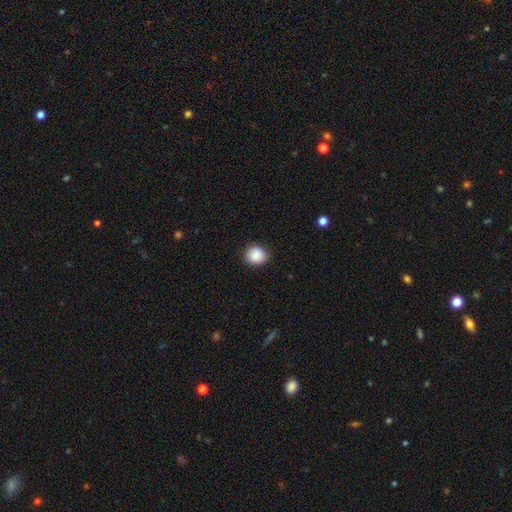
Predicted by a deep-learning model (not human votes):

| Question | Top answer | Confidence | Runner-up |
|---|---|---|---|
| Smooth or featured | smooth | 87% | star or artifact (8%) |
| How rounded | round | 83% | in between (16%) |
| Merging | none | 88% | minor disturbance (9%) |